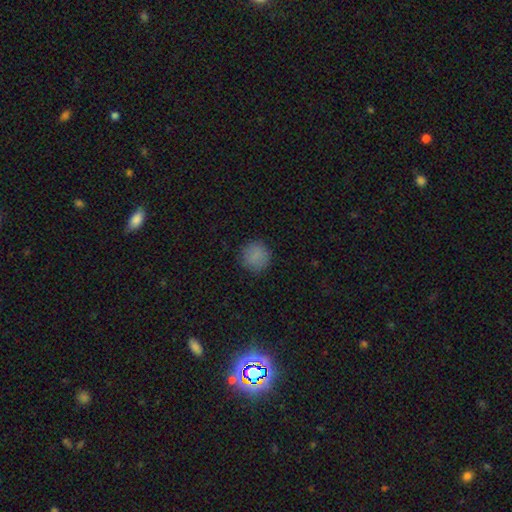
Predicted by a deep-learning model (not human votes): smooth-or-featured: smooth: 84% | star or artifact: 11% | featured or disk: 5%
  how-rounded: round: 93% | in between: 6% | cigar-shaped: 1%
  merging: none: 87% | minor disturbance: 9% | major disturbance: 3% | merger: 1%